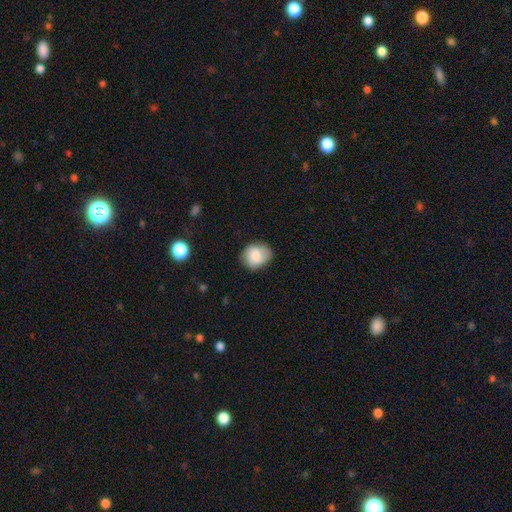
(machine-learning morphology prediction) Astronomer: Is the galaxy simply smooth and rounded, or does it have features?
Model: smooth — 78%.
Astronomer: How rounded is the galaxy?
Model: round — 66%.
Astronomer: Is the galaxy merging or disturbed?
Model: none — 74%.